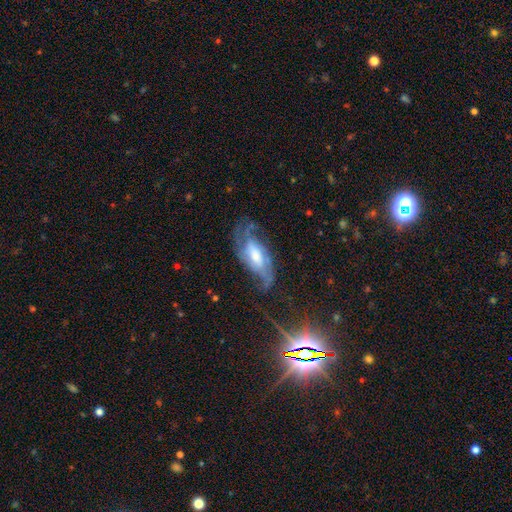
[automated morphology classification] Smooth or featured?
  - featured or disk: 75% *
  - smooth: 15%
  - star or artifact: 10%
Edge-on disk?
  - no: 90% *
  - yes: 10%
Bar?
  - no: 44% *
  - weak: 40%
  - strong: 16%
Spiral arms?
  - yes: 90% *
  - no: 10%
Spiral winding?
  - medium: 46% *
  - tight: 30%
  - loose: 24%
Spiral arm count?
  - 2: 42% *
  - can't tell: 29%
  - 3: 15%
  - 1: 5%
  - 4: 5%
  - more than 4: 4%
Bulge size?
  - moderate: 46% *
  - large: 26%
  - small: 18%
  - none: 7%
  - dominant: 3%
Merging?
  - none: 55% *
  - minor disturbance: 23%
  - major disturbance: 20%
  - merger: 2%